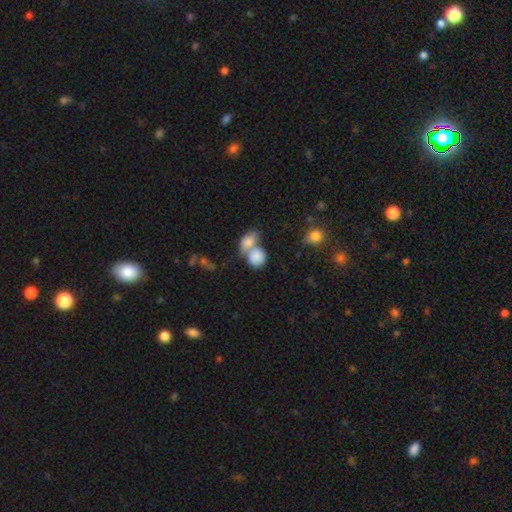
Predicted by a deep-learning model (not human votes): A smooth galaxy with no disk features (83%) that is round (67%).

Vote fractions:
- Smooth or featured? smooth: 83% / featured or disk: 10% / star or artifact: 8%
- How rounded? round: 67% / in between: 31% / cigar-shaped: 2%
- Merging? merger: 58% / none: 29% / minor disturbance: 8% / major disturbance: 4%